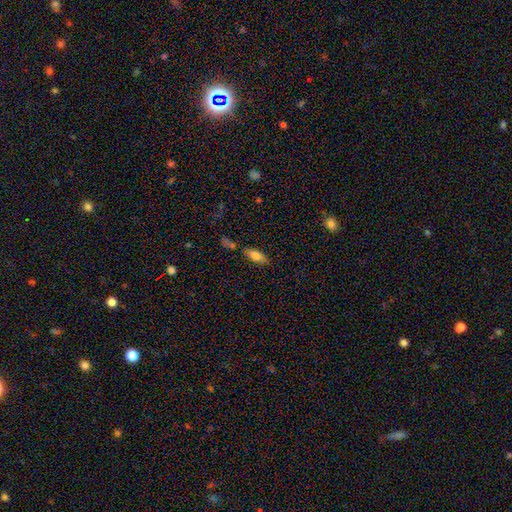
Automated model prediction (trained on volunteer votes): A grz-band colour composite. It shows a smooth galaxy with no disk features (77%) that is in between round and cigar-shaped (81%). Merging: none (67%).